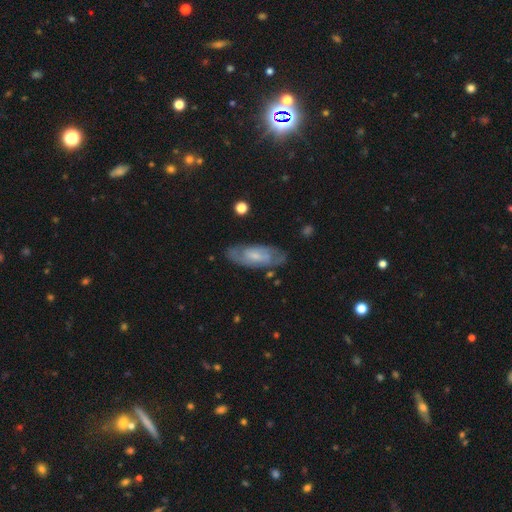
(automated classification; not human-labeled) The model was most divided on "bar": no: 50%, weak: 41%, strong: 8%. More confident: edge-on disk — no (88%); spiral arms — yes (81%); merging — none (76%); smooth or featured — featured or disk (65%); bulge size — small (58%).